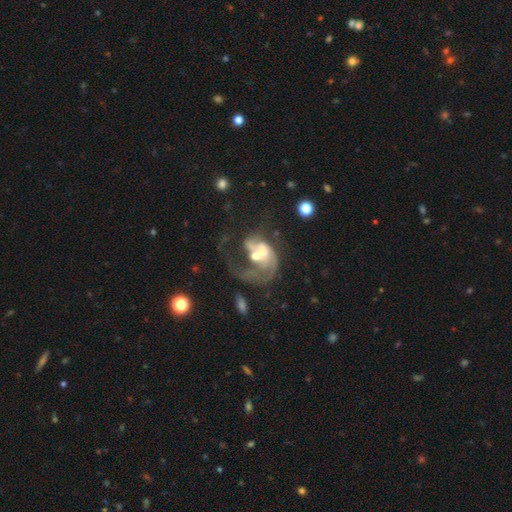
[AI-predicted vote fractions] Smooth or featured? featured or disk (72%)
Edge-on disk? no (98%)
Bar? no (71%)
Spiral arms? yes (70%)
Bulge size? moderate (53%)
Merging? merger (46%)